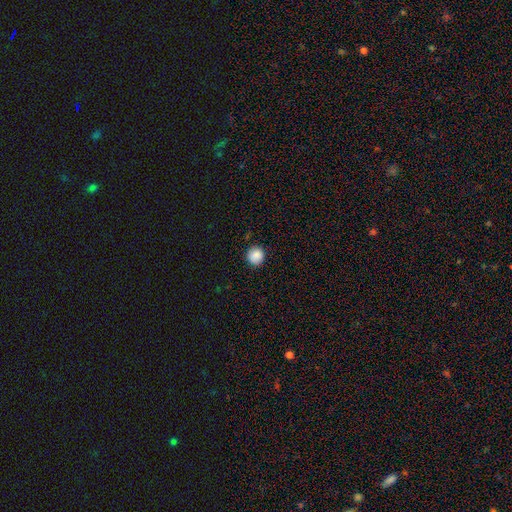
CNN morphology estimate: This is clearly a smooth galaxy (88%). How rounded: clearly round (93%). Merging: clearly none (89%).